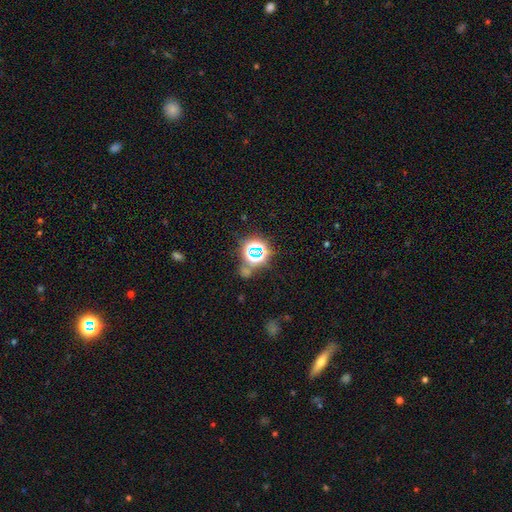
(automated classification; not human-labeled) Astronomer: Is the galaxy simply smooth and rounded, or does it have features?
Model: star or artifact — 61%.